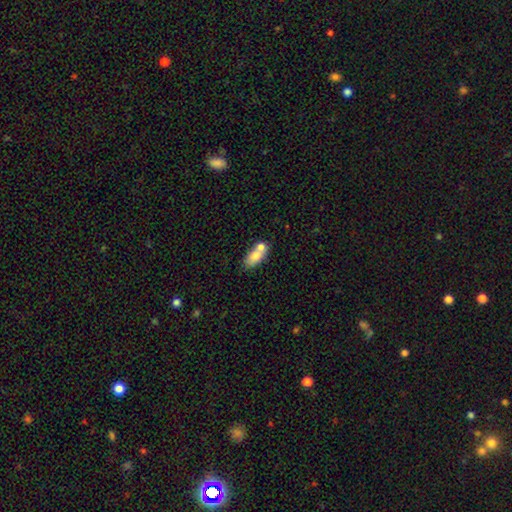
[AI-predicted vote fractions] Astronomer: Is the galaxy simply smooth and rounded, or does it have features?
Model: smooth — 72%.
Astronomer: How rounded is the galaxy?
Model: in between — 80%.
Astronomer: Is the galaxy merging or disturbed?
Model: merger — 43% (runner-up: none, 39%).